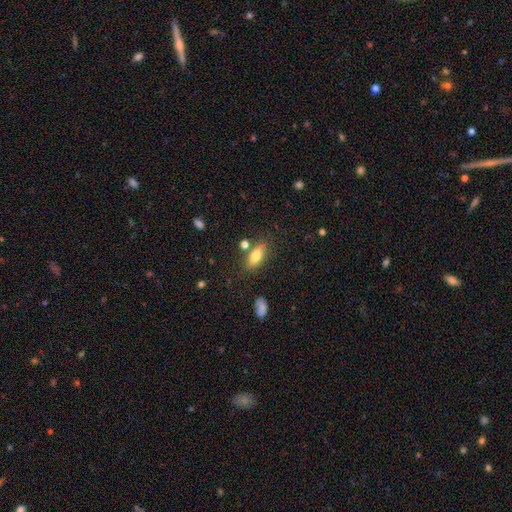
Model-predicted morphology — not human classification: smooth-or-featured: smooth: 75% | featured or disk: 16% | star or artifact: 9%
  how-rounded: in between: 81% | cigar-shaped: 15% | round: 4%
  merging: none: 72% | minor disturbance: 15% | merger: 9% | major disturbance: 4%